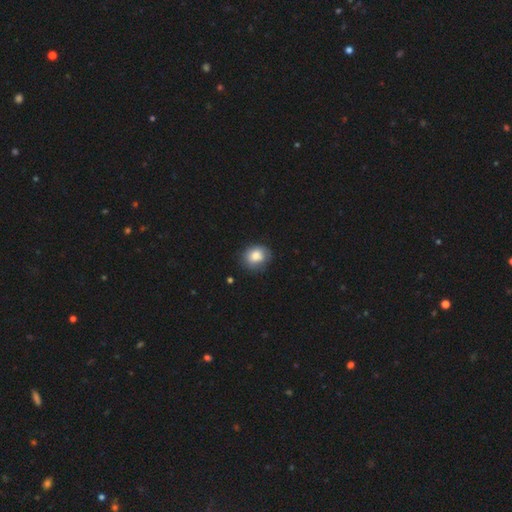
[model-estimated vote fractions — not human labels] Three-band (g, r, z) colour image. It shows a smooth galaxy with no disk features (80%) that is round (64%). Merging: none (77%).